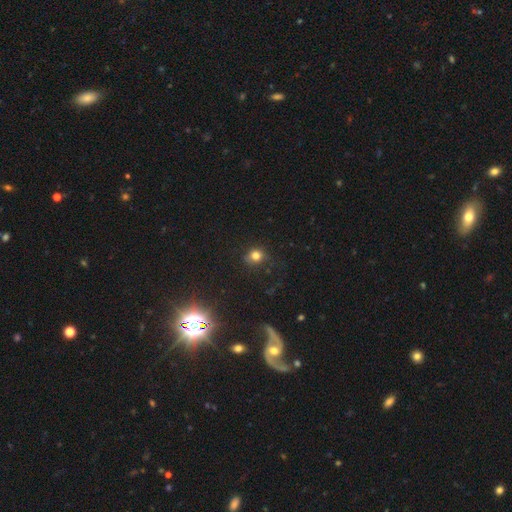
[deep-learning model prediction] Smooth or featured: smooth — 76% (star or artifact — 16%)
How rounded: round — 76% (in between — 22%)
Merging: none — 71% (minor disturbance — 19%)